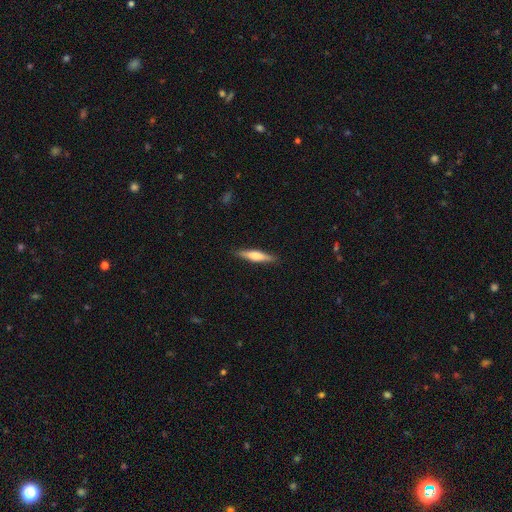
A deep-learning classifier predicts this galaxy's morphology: This appears to be a smooth galaxy with no disk features (55%) that is cigar-shaped (84%). Merging: none (89%).